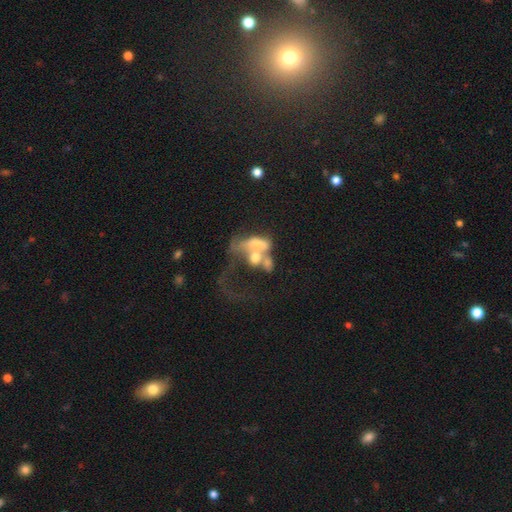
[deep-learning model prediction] Smooth or featured? featured or disk (55%)
Edge-on disk? no (91%)
Merging? merger (61%)